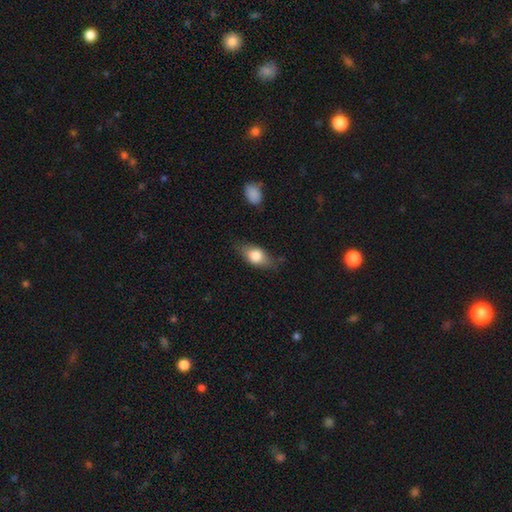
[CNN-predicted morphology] A smooth galaxy with no disk features (72%) that is in between round and cigar-shaped (82%). Merging: none (72%).